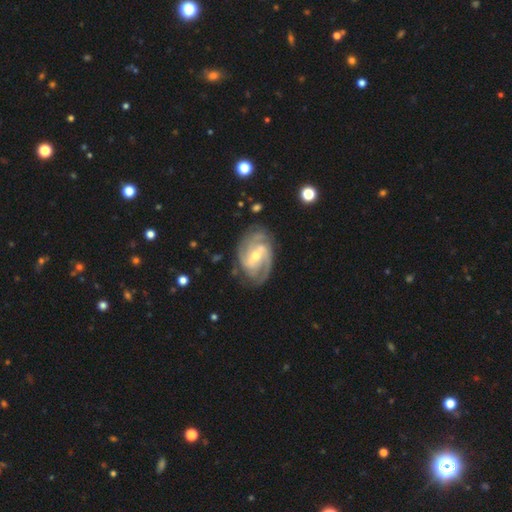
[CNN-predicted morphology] The model was most divided on "spiral arm count" (2-way tie): 3: 34%, 2: 34%, can't tell: 12%, 4: 12%, 1: 4%, more than 4: 4%. Remaining: spiral arms — yes (97%); edge-on disk — no (97%); smooth or featured — featured or disk (90%); merging — none (76%); bulge size — moderate (49%); spiral winding — tight (47%); bar — weak (46%).